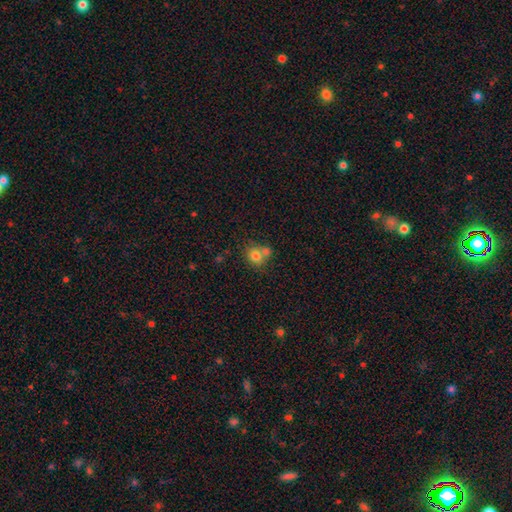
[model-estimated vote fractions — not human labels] Smooth or featured? smooth (78%)
How rounded? round (76%)
Merging? none (45%)